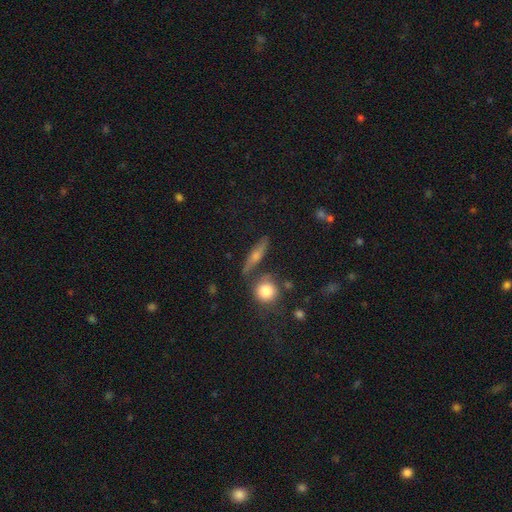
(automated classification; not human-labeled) Morphology: type=featured or disk (51%); edge-on=yes (83%); merging=none (75%).